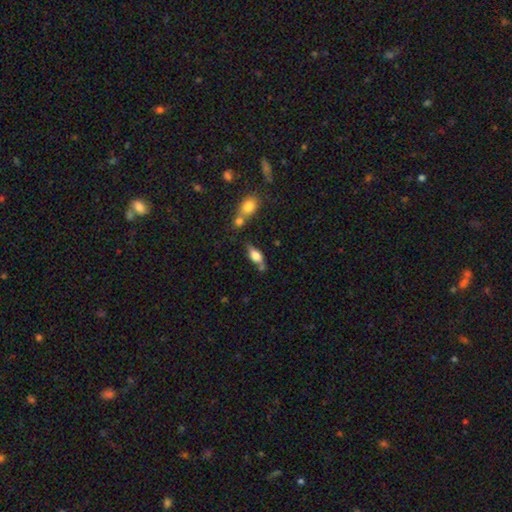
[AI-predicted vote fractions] The model was most divided on "smooth or featured": smooth: 63%, featured or disk: 29%, star or artifact: 9%. More confident: how rounded — in between (75%); merging — none (57%).